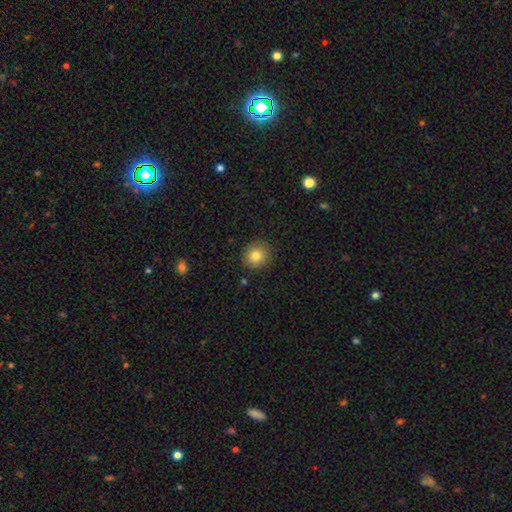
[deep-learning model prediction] A smooth galaxy with no disk features (82%) that is round (87%).

Vote fractions:
- Smooth or featured? smooth: 82% / star or artifact: 9% / featured or disk: 8%
- How rounded? round: 87% / in between: 12% / cigar-shaped: 1%
- Merging? none: 88% / minor disturbance: 9% / major disturbance: 2% / merger: 1%